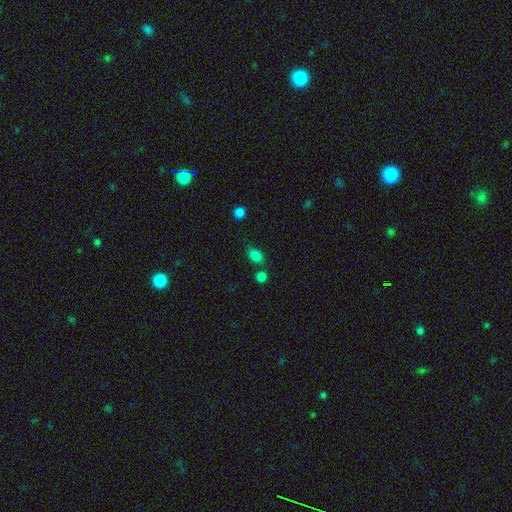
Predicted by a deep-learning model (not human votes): smooth 83%, star or artifact 12%, featured or disk 5%. Down the decision tree: how rounded — in between (75%); merging — none (67%).